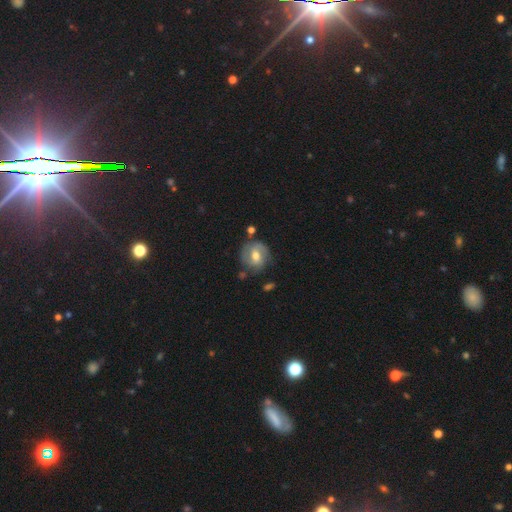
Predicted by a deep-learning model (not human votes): smooth-or-featured: featured or disk: 57% | smooth: 36% | star or artifact: 7%
  disk-edge-on: no: 96% | yes: 4%
    bar: weak: 50% | no: 34% | strong: 16%
    has-spiral-arms: yes: 77% | no: 23%
    bulge-size: moderate: 74% | small: 15% | large: 9% | none: 1% | dominant: 1%
  merging: none: 69% | minor disturbance: 19% | major disturbance: 6% | merger: 5%